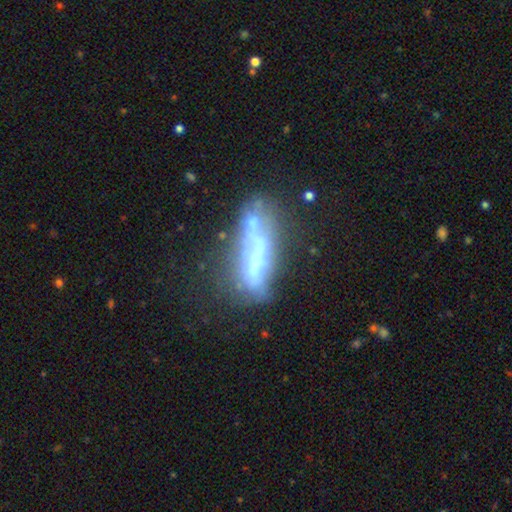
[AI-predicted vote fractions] Smooth or featured: featured or disk — 53% (smooth — 35%)
Edge-on disk: no — 71% (yes — 29%)
Merging: none — 32% (major disturbance — 24%)